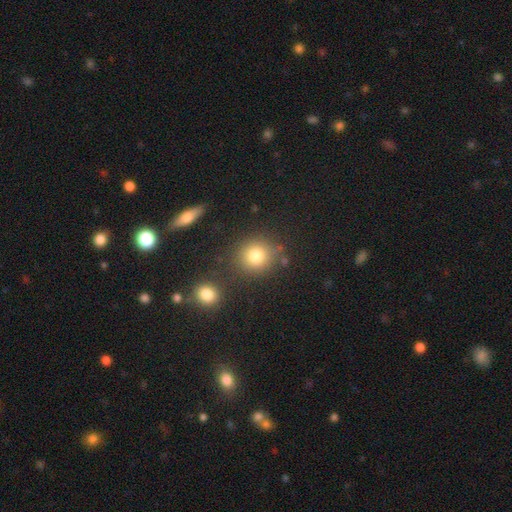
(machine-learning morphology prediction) smooth 81%, star or artifact 12%, featured or disk 7%. Down the decision tree: how rounded — round (85%); merging — none (78%).